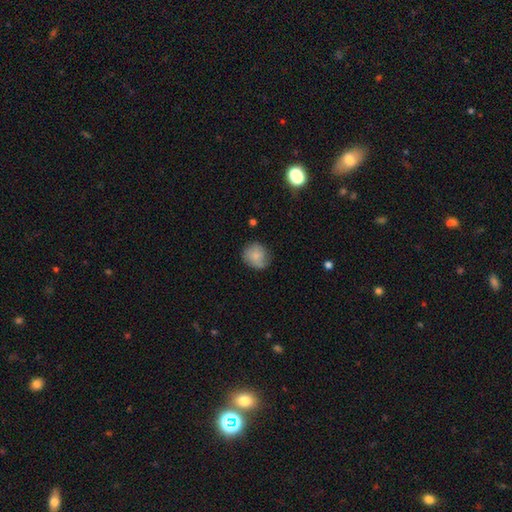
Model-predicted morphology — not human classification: Smooth or featured?
  - smooth: 76% *
  - featured or disk: 16%
  - star or artifact: 8%
How rounded?
  - round: 77% *
  - in between: 22%
  - cigar-shaped: 1%
Merging?
  - none: 68% *
  - minor disturbance: 25%
  - major disturbance: 6%
  - merger: 1%